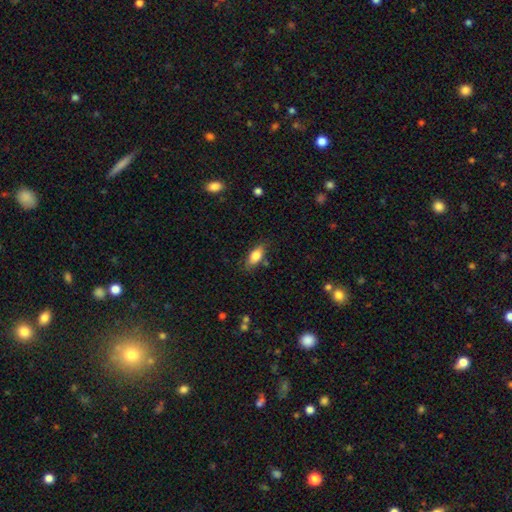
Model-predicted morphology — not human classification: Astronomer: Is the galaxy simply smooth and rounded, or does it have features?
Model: smooth — 79%.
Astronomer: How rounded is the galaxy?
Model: in between — 83%.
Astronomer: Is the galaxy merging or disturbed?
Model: none — 78%.